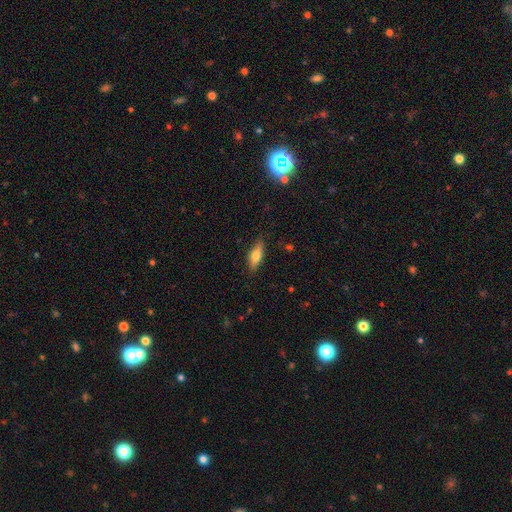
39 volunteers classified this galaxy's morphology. Smooth or featured? 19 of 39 (49%) said featured or disk. Edge-on disk? 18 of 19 (95%) said yes. Edge-on bulge? 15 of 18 (83%) said rounded. Merging? 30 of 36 (83%) said none.